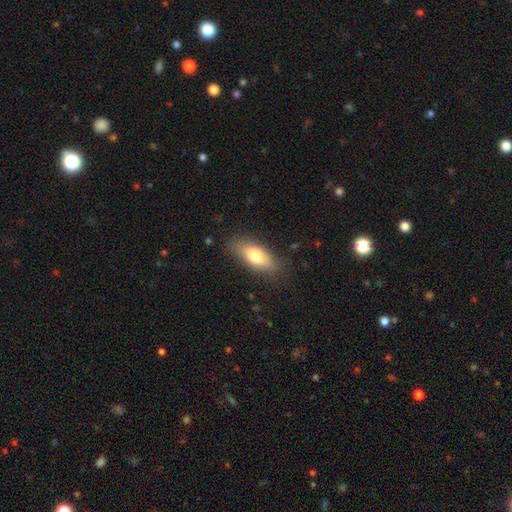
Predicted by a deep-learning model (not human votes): Smooth or featured?
  - smooth: 74% *
  - featured or disk: 19%
  - star or artifact: 7%
How rounded?
  - in between: 73% *
  - cigar-shaped: 23%
  - round: 3%
Merging?
  - none: 81% *
  - minor disturbance: 15%
  - major disturbance: 4%
  - merger: 1%